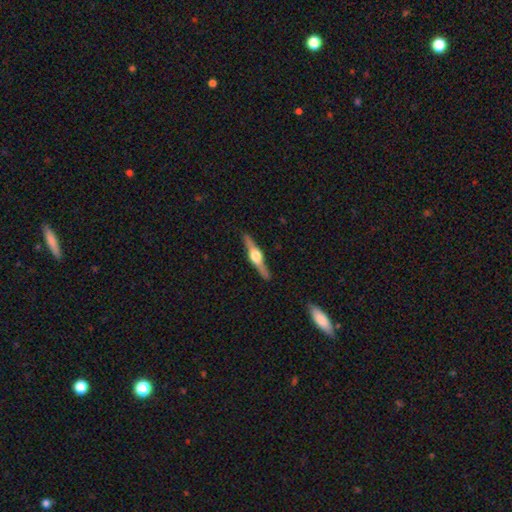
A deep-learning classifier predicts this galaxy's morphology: smooth_or_featured: featured or disk (p=0.79) [alt: smooth p=0.16]
disk_edge_on: yes (p=0.98) [alt: no p=0.02]
edge_on_bulge: rounded (p=0.95) [alt: boxy p=0.04]
merging: none (p=0.91) [alt: minor disturbance p=0.07]